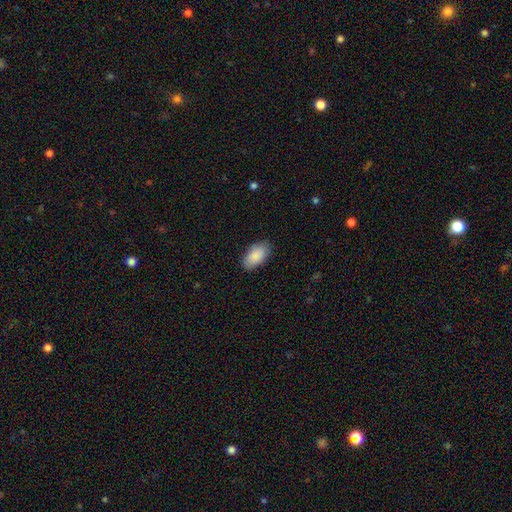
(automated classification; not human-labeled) smooth-or-featured: smooth: 88% | featured or disk: 6% | star or artifact: 6%
  how-rounded: in between: 95% | round: 3% | cigar-shaped: 2%
  merging: none: 85% | minor disturbance: 11% | major disturbance: 3% | merger: 1%